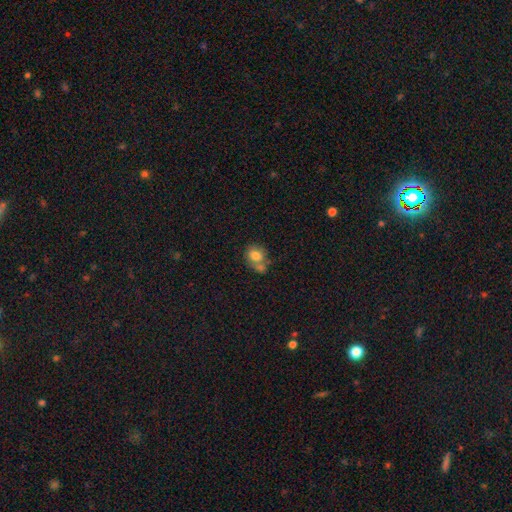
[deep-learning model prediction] smooth_or_featured: smooth (p=0.77) [alt: featured or disk p=0.14]
how_rounded: round (p=0.63) [alt: in between p=0.36]
merging: none (p=0.39) [alt: merger p=0.38]